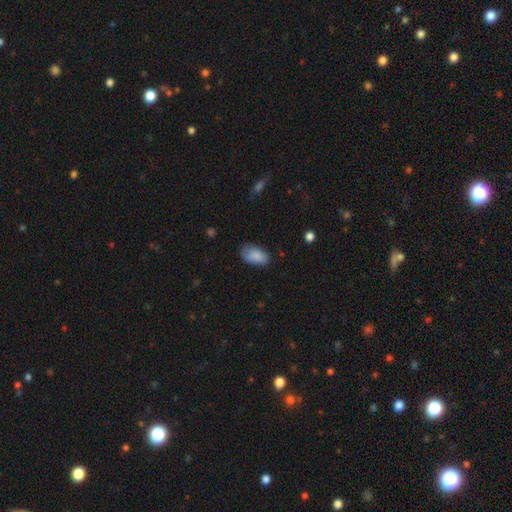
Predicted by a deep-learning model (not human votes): This is clearly a smooth galaxy (87%). How rounded: clearly in between (94%). Merging: likely none (73%).